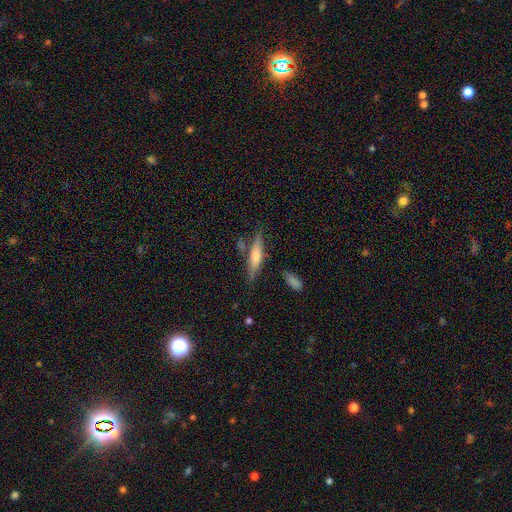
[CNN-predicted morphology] The model was most divided on "smooth or featured": smooth: 55%, featured or disk: 38%, star or artifact: 7%. More confident: how rounded — cigar-shaped (79%); merging — none (74%).